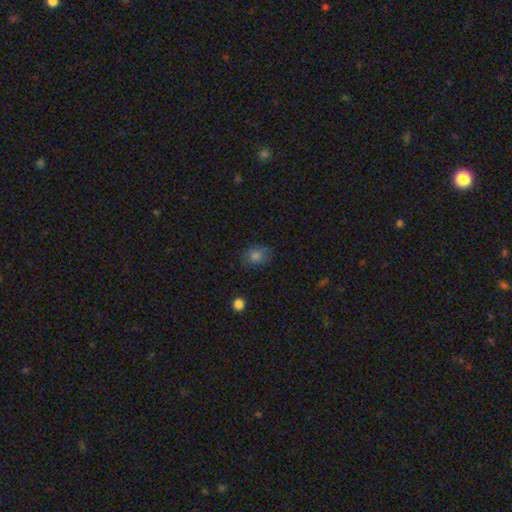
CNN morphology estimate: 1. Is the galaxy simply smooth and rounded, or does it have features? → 77% smooth, 12% star or artifact, 10% featured or disk.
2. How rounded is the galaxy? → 60% in between, 38% round, 1% cigar-shaped.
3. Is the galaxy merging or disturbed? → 78% none, 17% minor disturbance, 4% major disturbance, 1% merger.